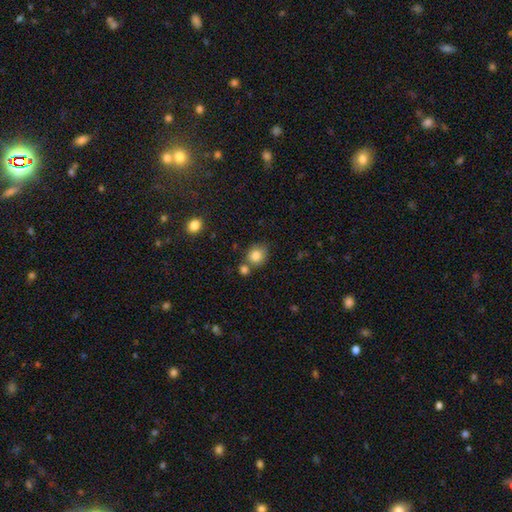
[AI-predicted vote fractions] Smooth or featured: smooth — 83% (star or artifact — 10%)
How rounded: round — 79% (in between — 20%)
Merging: none — 63% (merger — 20%)